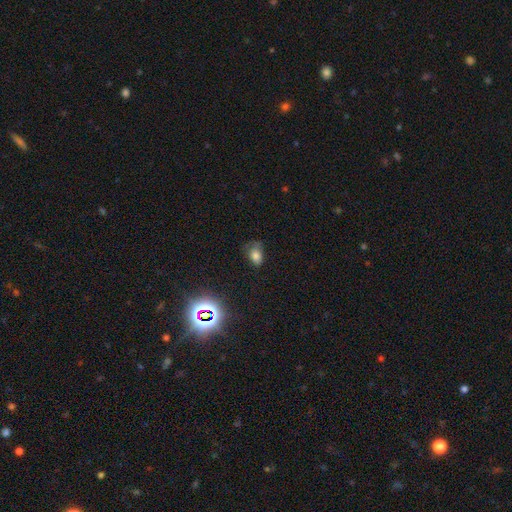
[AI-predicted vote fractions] Q: Smooth or featured?
A: smooth (74%); runner-up: star or artifact (16%)
Q: How rounded?
A: in between (80%); runner-up: round (19%)
Q: Merging?
A: none (46%); runner-up: minor disturbance (34%)